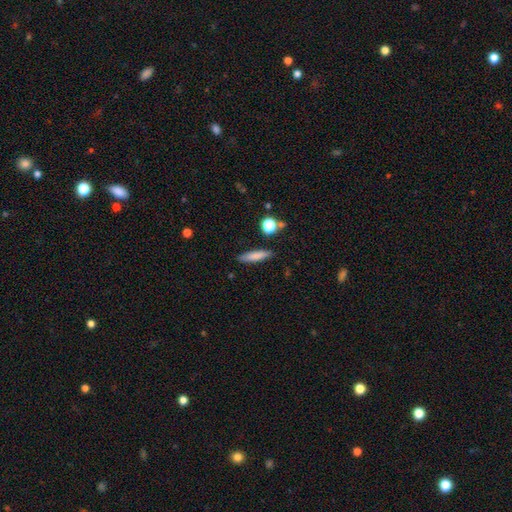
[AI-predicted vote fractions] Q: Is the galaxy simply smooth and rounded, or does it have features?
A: smooth — 78%.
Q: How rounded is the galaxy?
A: cigar-shaped — 78%.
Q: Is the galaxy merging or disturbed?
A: none — 84%.